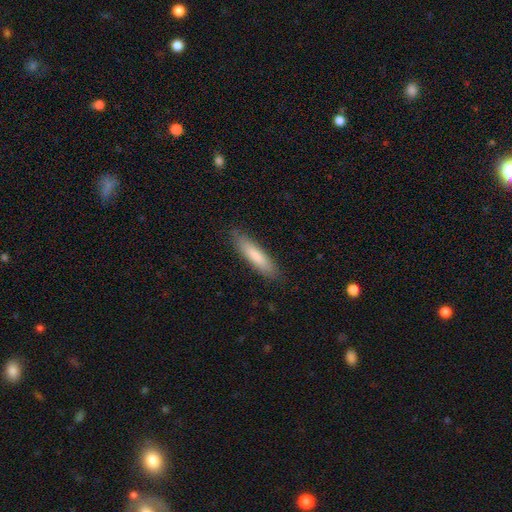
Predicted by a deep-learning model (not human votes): Smooth or featured?
  - smooth: 80% *
  - featured or disk: 15%
  - star or artifact: 5%
How rounded?
  - cigar-shaped: 77% *
  - in between: 22%
  - round: 1%
Merging?
  - none: 86% *
  - minor disturbance: 10%
  - major disturbance: 2%
  - merger: 1%